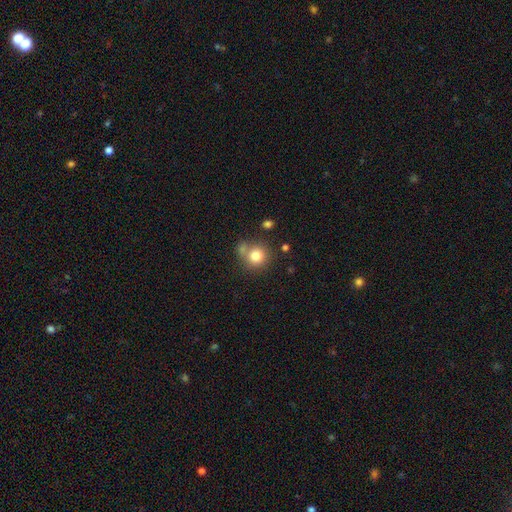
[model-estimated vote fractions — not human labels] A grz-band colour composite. It shows a smooth galaxy with no disk features (79%) that is round (88%). Merging: none (59%).